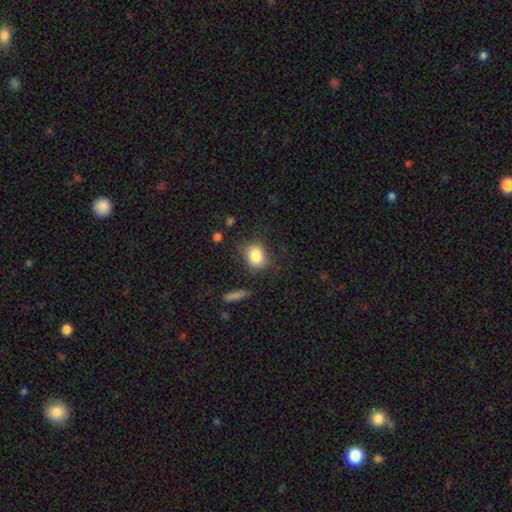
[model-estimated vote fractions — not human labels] Morphology: type=smooth (83%); roundness=round (54%); merging=none (71%).